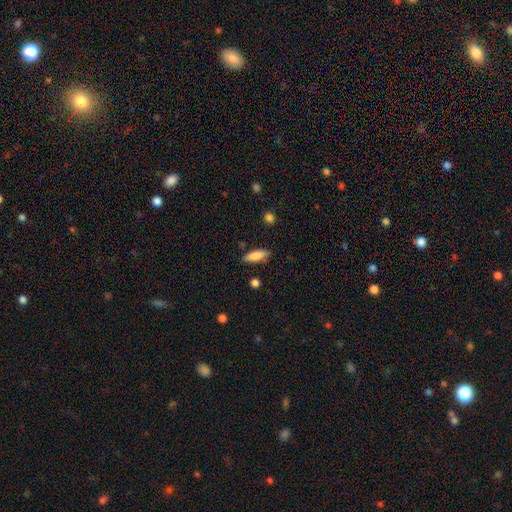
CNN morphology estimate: smooth_or_featured: smooth (p=0.85) [alt: featured or disk p=0.09]
how_rounded: in between (p=0.59) [alt: cigar-shaped p=0.39]
merging: none (p=0.82) [alt: minor disturbance p=0.13]